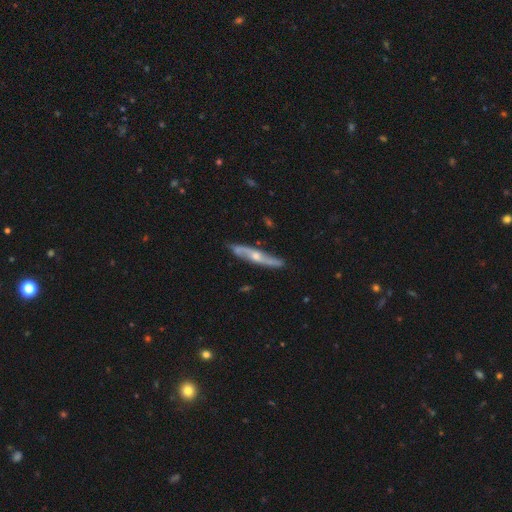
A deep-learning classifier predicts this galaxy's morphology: A featured or disk galaxy (77%) viewed edge-on (60%).

Vote fractions:
- Smooth or featured? featured or disk: 77% / smooth: 17% / star or artifact: 5%
- Edge-on disk? yes: 60% / no: 40%
- Merging? none: 83% / minor disturbance: 13% / major disturbance: 2% / merger: 2%